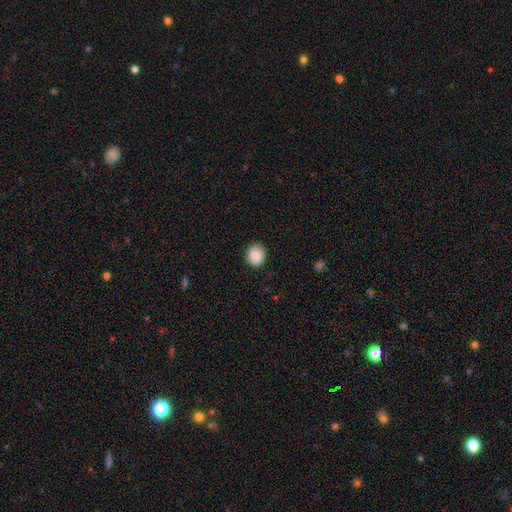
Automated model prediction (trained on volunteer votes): This appears to be a smooth galaxy with no disk features (87%) that is round (70%). Merging: none (87%).